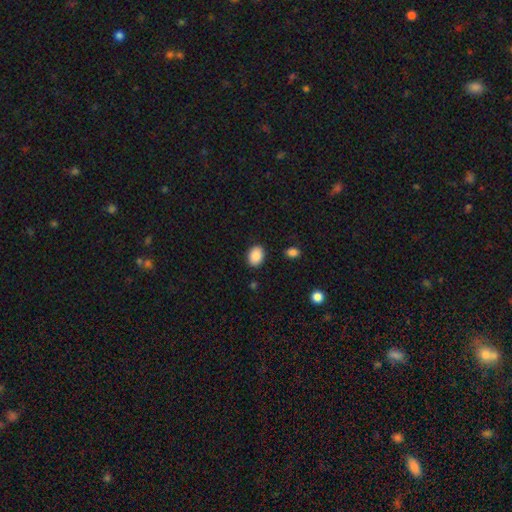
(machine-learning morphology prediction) type=smooth (89%); roundness=in between (69%); merging=none (88%).